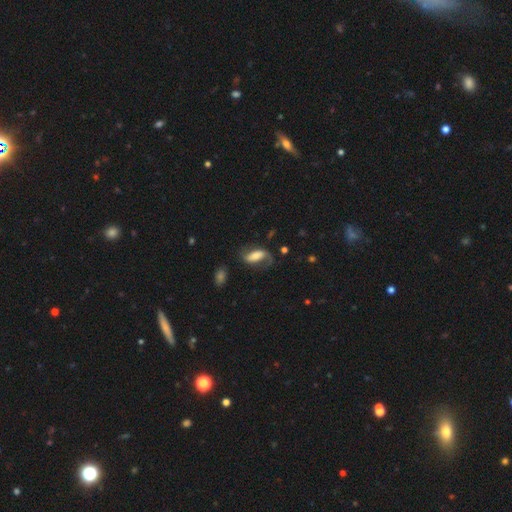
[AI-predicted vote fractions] Smooth or featured? Predicted: featured or disk (p=0.61). Edge-on disk? Predicted: no (p=0.93). Bar? Predicted: strong (p=0.35). Spiral arms? Predicted: yes (p=0.90). Spiral winding? Predicted: loose (p=0.53). Spiral arm count? Predicted: 2 (p=0.68). Bulge size? Predicted: moderate (p=0.34). Merging? Predicted: none (p=0.54).